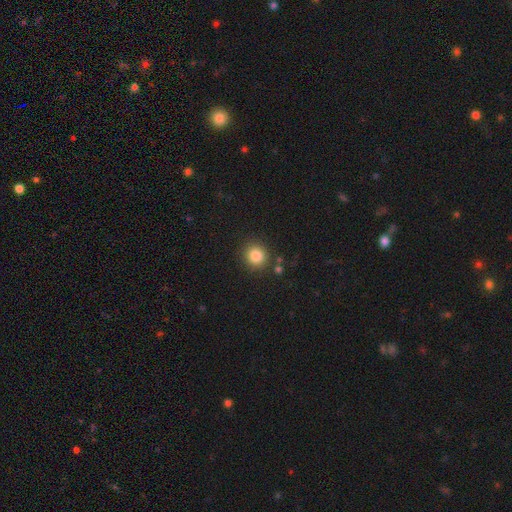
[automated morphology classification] smooth-or-featured: smooth: 85% | star or artifact: 11% | featured or disk: 5%
  how-rounded: round: 89% | in between: 10% | cigar-shaped: 1%
  merging: none: 85% | minor disturbance: 8% | merger: 4% | major disturbance: 3%